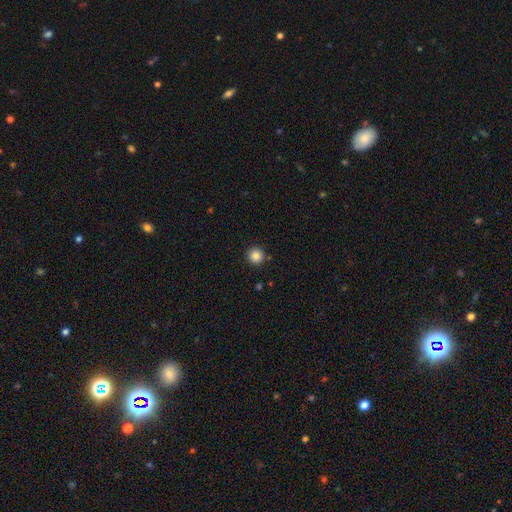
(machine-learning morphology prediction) Q: Smooth or featured?
A: smooth (85%); runner-up: star or artifact (11%)
Q: How rounded?
A: round (96%); runner-up: in between (3%)
Q: Merging?
A: none (91%); runner-up: minor disturbance (5%)